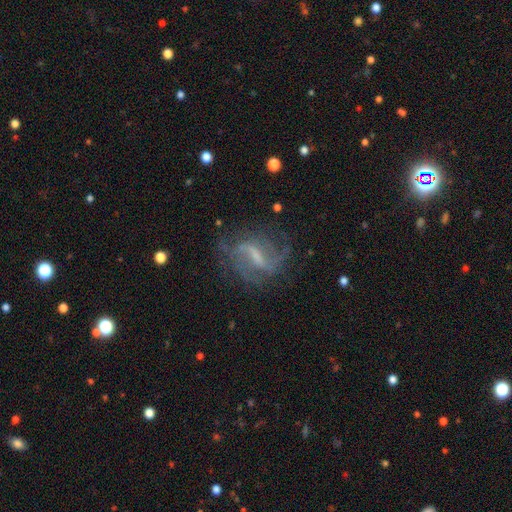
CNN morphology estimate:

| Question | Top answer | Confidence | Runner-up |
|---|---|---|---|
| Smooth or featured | featured or disk | 78% | smooth (13%) |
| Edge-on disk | no | 93% | yes (7%) |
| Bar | strong | 46% | weak (43%) |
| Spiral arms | yes | 84% | no (16%) |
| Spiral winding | loose | 45% | medium (39%) |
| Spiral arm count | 2 | 56% | can't tell (23%) |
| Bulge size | small | 40% | none (30%) |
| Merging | none | 62% | minor disturbance (19%) |